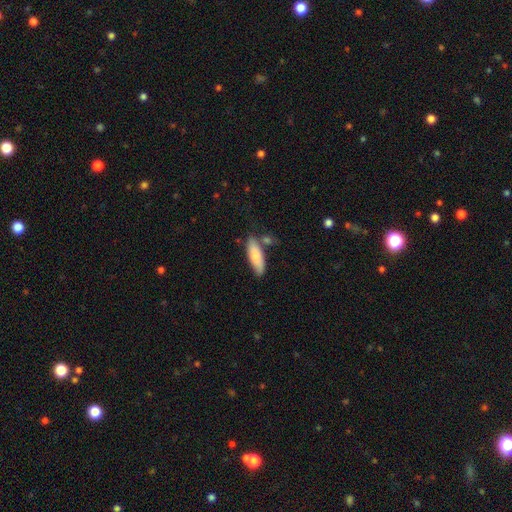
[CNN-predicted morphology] This appears to be a smooth galaxy with no disk features (78%) that is in between round and cigar-shaped (54%). Merging: none (72%).